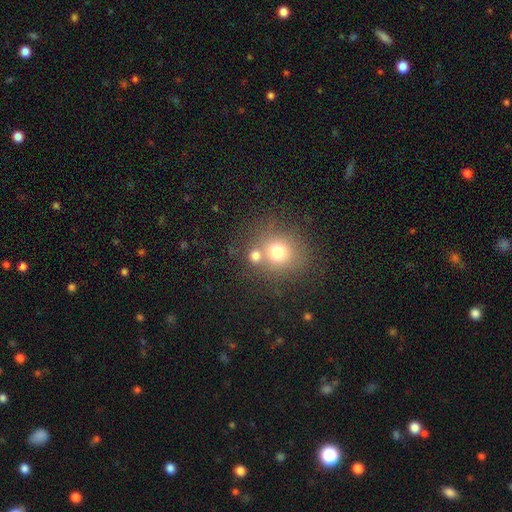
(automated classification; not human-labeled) Q: Smooth or featured?
A: smooth (72%); runner-up: star or artifact (16%)
Q: How rounded?
A: round (83%); runner-up: in between (16%)
Q: Merging?
A: none (54%); runner-up: merger (33%)